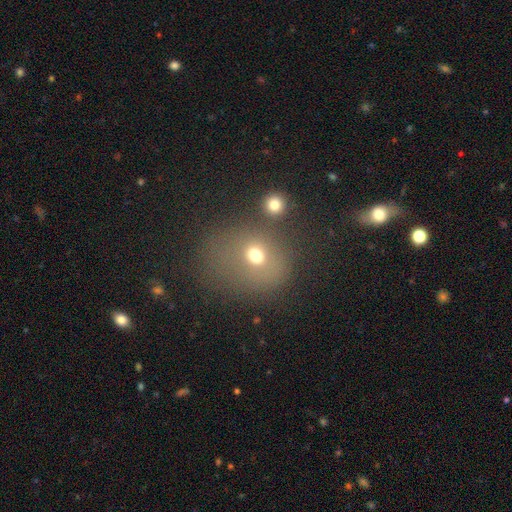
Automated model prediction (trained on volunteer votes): Smooth or featured? smooth (68%)
How rounded? round (58%)
Merging? none (55%)